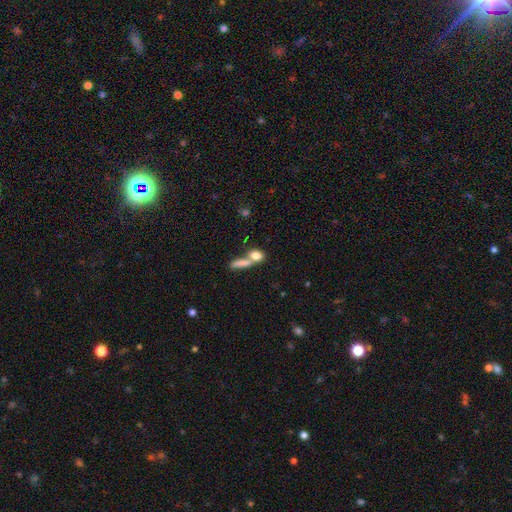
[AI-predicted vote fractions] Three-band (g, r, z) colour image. It shows a smooth galaxy with no disk features (79%) that is in between round and cigar-shaped (49%). Merging: merger (44%).